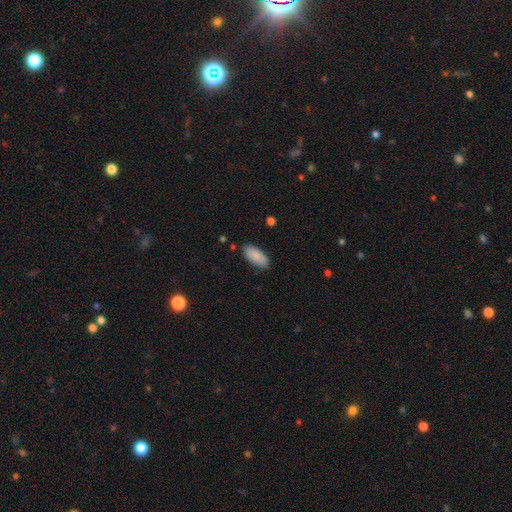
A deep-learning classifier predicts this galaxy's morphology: This appears to be a smooth galaxy with no disk features (87%) that is in between round and cigar-shaped (90%). Merging: none (83%).